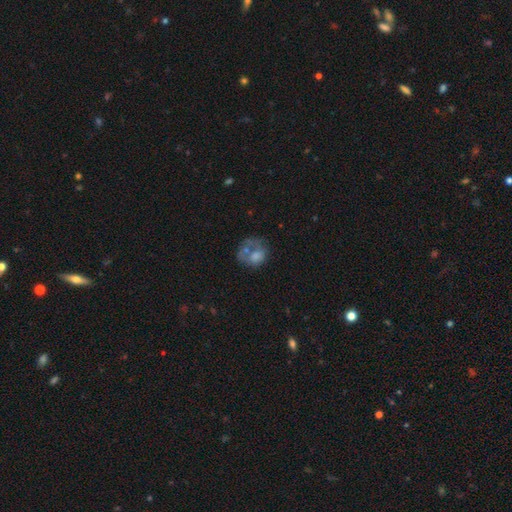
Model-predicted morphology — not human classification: Smooth or featured? Predicted: smooth (p=0.51). How rounded? Predicted: round (p=0.58). Merging? Predicted: none (p=0.36).